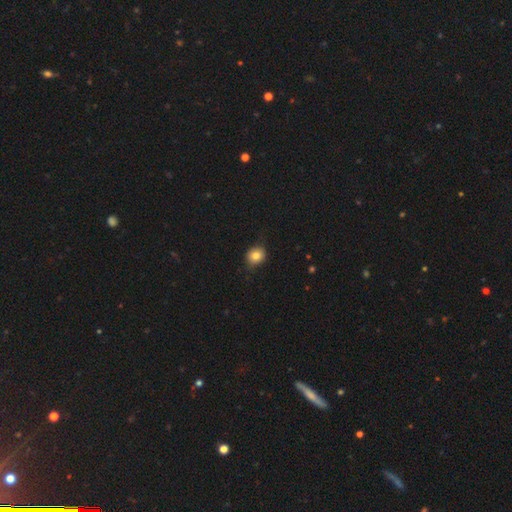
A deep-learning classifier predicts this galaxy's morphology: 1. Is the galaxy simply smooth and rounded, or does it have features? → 81% smooth, 10% star or artifact, 9% featured or disk.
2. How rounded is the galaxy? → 67% round, 32% in between, 1% cigar-shaped.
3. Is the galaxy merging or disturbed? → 78% none, 18% minor disturbance, 3% major disturbance, 1% merger.